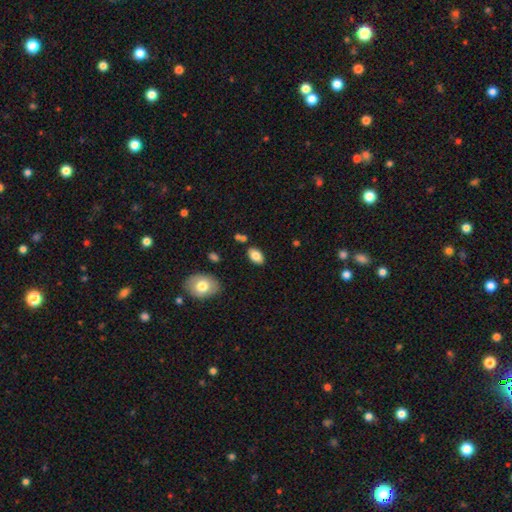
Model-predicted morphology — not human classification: A smooth galaxy with no disk features (82%) that is in between round and cigar-shaped (92%).

Vote fractions:
- Smooth or featured? smooth: 82% / featured or disk: 10% / star or artifact: 8%
- How rounded? in between: 92% / round: 6% / cigar-shaped: 2%
- Merging? none: 82% / minor disturbance: 11% / merger: 4% / major disturbance: 3%